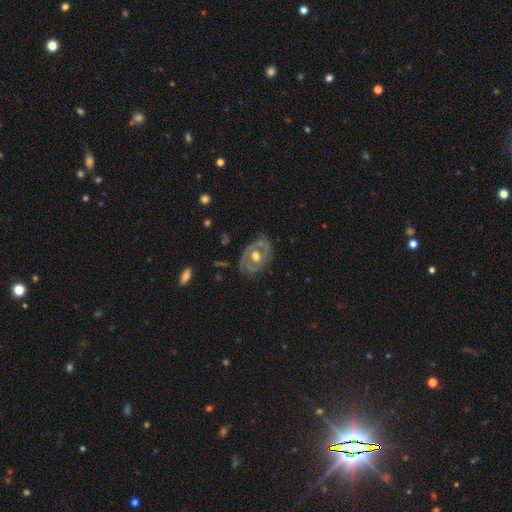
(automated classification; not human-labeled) Q: Smooth or featured?
A: featured or disk (76%); runner-up: smooth (18%)
Q: Edge-on disk?
A: no (96%); runner-up: yes (4%)
Q: Bar?
A: no (71%); runner-up: weak (23%)
Q: Spiral arms?
A: yes (69%); runner-up: no (31%)
Q: Bulge size?
A: moderate (76%); runner-up: large (13%)
Q: Merging?
A: none (65%); runner-up: minor disturbance (23%)